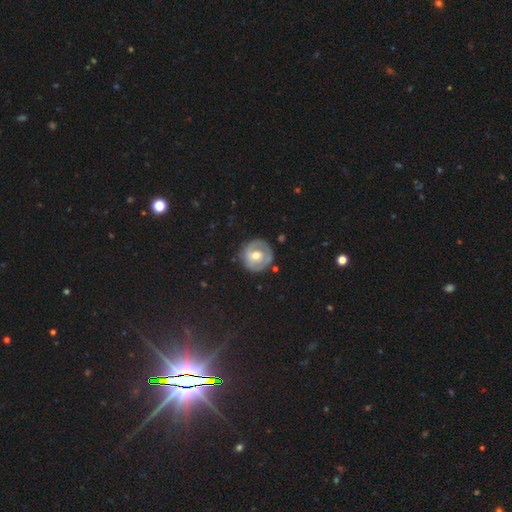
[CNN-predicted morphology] featured or disk 52%, smooth 41%, star or artifact 7%. Down the decision tree: edge-on disk — no (96%); merging — none (77%).